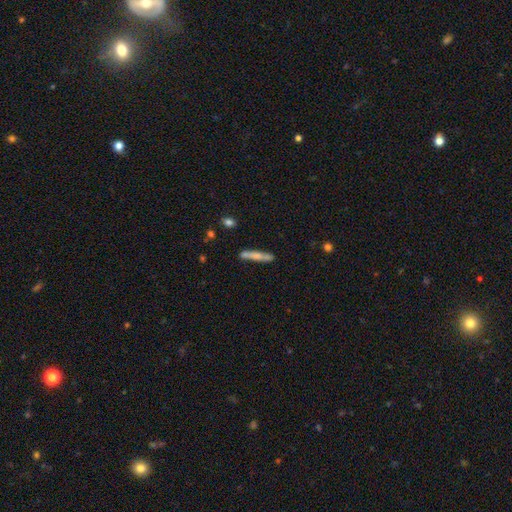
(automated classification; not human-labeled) Smooth or featured? Predicted: smooth (p=0.67). How rounded? Predicted: cigar-shaped (p=0.92). Merging? Predicted: none (p=0.78).